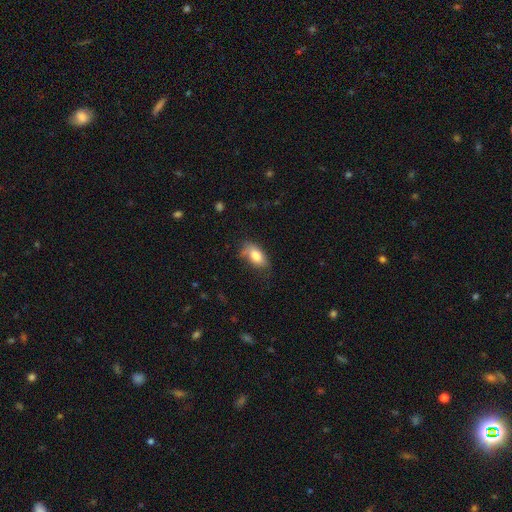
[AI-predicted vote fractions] This appears to be a smooth galaxy with no disk features (79%) that is in between round and cigar-shaped (91%). Merging: none (57%).